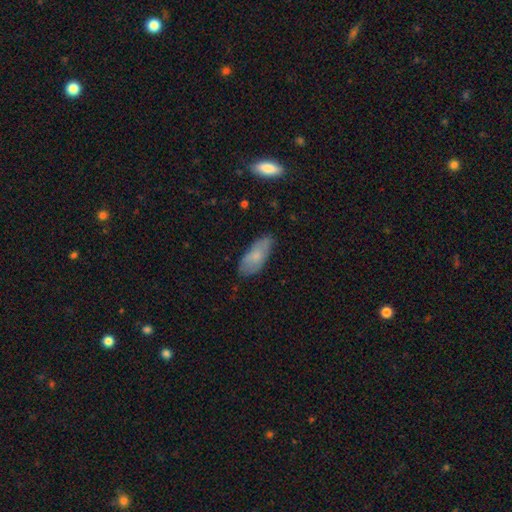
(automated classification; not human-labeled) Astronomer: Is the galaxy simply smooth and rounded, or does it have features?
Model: smooth — 73%.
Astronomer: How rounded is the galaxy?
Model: in between — 84%.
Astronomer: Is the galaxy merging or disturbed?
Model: none — 71%.